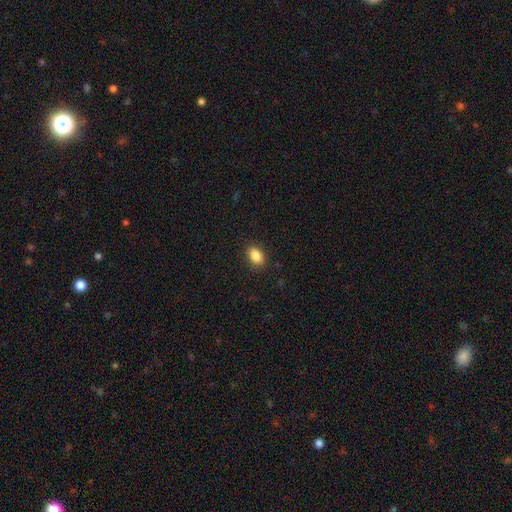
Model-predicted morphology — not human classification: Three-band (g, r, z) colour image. It shows a smooth galaxy with no disk features (87%) that is in between round and cigar-shaped (84%). Merging: none (89%).